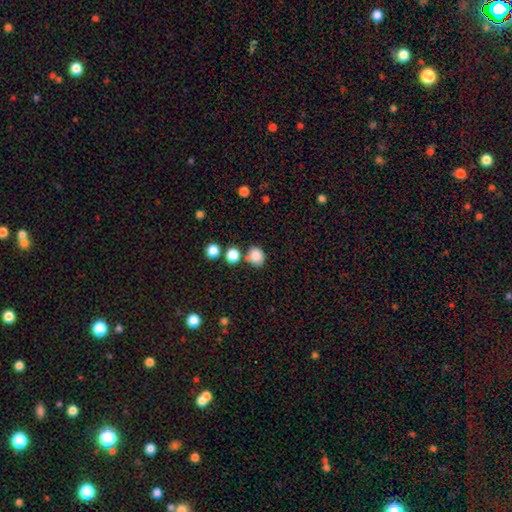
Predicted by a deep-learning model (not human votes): This appears to be a smooth galaxy with no disk features (85%) that is round (68%). Merging: none (69%).